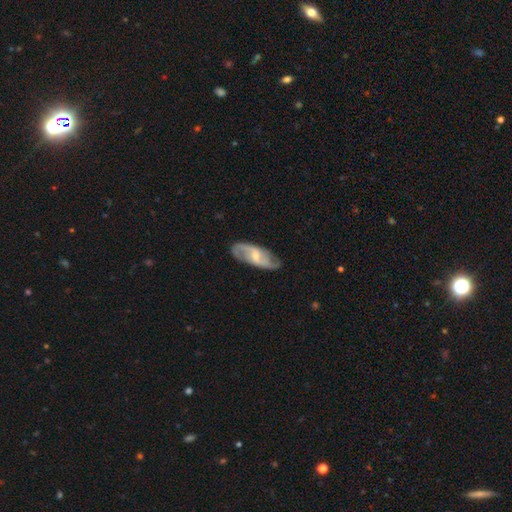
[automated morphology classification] A featured or disk galaxy (75%) with a weak bar (53%), 2 (86%) loose (45%) spiral arms (92%) and a small central bulge (49%). Merging: none (80%).